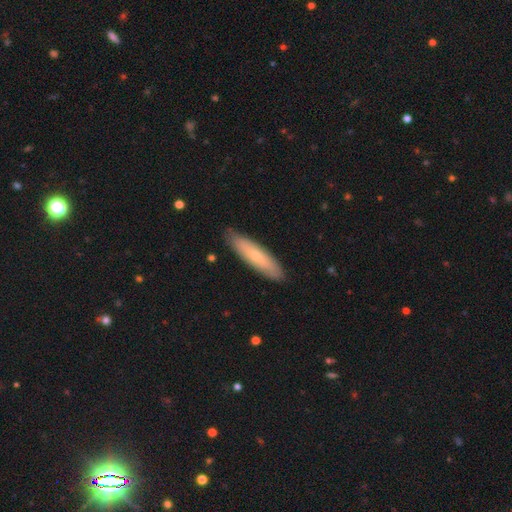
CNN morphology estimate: smooth-or-featured: smooth: 63% | featured or disk: 31% | star or artifact: 6%
  how-rounded: cigar-shaped: 74% | in between: 24% | round: 2%
  merging: none: 86% | minor disturbance: 11% | major disturbance: 2% | merger: 1%